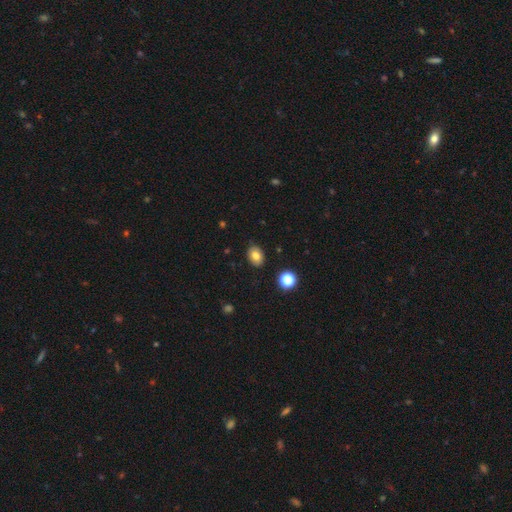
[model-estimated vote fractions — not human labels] Smooth or featured? smooth (80%)
How rounded? in between (72%)
Merging? none (87%)